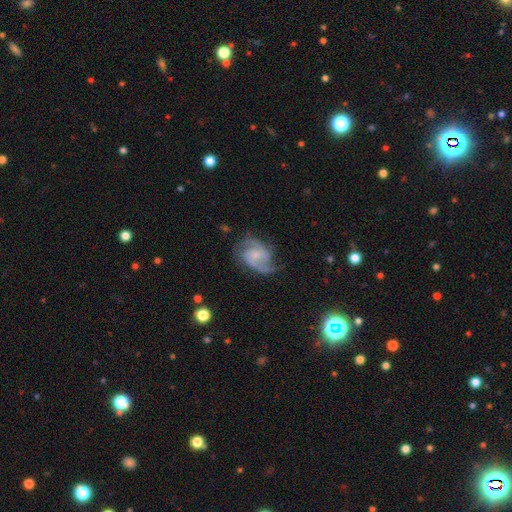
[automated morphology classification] smooth_or_featured: featured or disk (p=0.85) [alt: smooth p=0.10]
disk_edge_on: no (p=0.98) [alt: yes p=0.02]
bar: no (p=0.47) [alt: weak p=0.45]
has_spiral_arms: yes (p=0.96) [alt: no p=0.04]
spiral_winding: medium (p=0.53) [alt: tight p=0.26]
spiral_arm_count: 2 (p=0.70) [alt: 3 p=0.13]
bulge_size: small (p=0.51) [alt: moderate p=0.26]
merging: none (p=0.65) [alt: minor disturbance p=0.21]